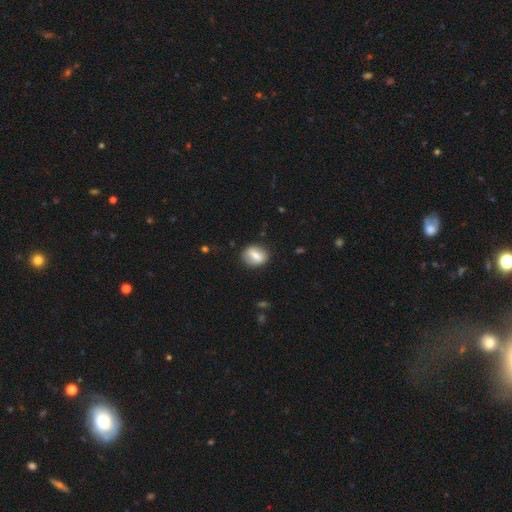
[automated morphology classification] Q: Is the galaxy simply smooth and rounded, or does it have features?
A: smooth — 66%.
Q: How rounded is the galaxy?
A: round — 50%.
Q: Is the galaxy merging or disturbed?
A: none — 84%.